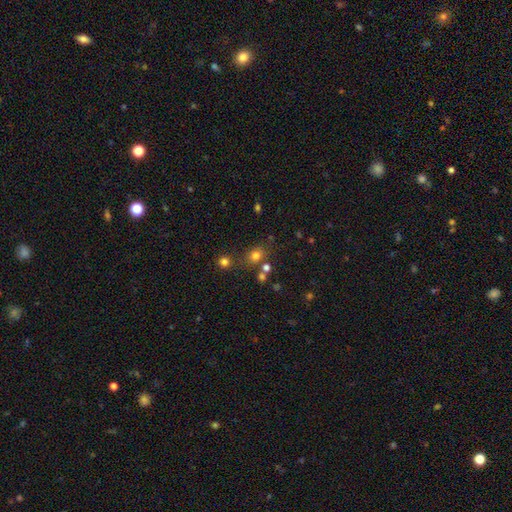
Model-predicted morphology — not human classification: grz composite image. It shows a smooth galaxy with no disk features (74%) that is round (61%). Merging: none (66%).